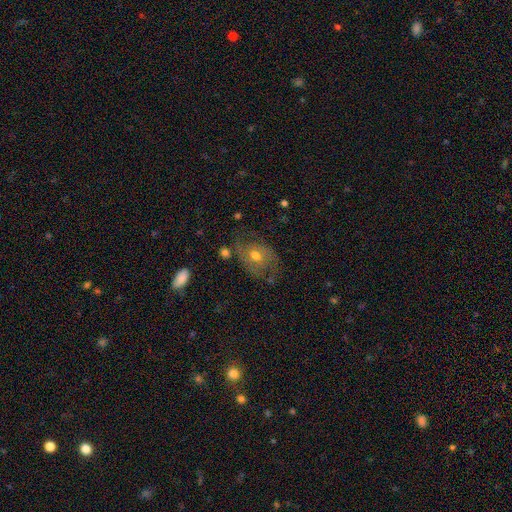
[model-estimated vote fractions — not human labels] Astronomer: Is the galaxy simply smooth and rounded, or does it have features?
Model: featured or disk — 53% (runner-up: smooth, 37%).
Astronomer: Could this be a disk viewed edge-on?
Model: no — 95%.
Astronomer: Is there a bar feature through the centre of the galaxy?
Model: no — 68%.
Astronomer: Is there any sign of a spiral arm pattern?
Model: yes — 65%.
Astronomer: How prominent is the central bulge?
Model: moderate — 71%.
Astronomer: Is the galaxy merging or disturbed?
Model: none — 52%.